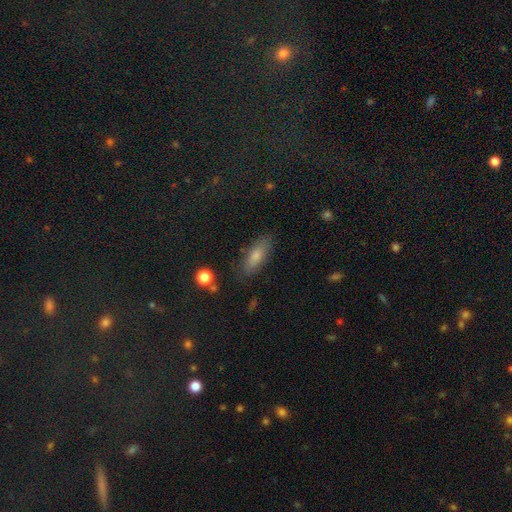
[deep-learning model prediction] smooth-or-featured: smooth: 65% | featured or disk: 19% | star or artifact: 16%
  how-rounded: in between: 66% | cigar-shaped: 30% | round: 4%
  merging: none: 83% | minor disturbance: 12% | major disturbance: 3% | merger: 2%